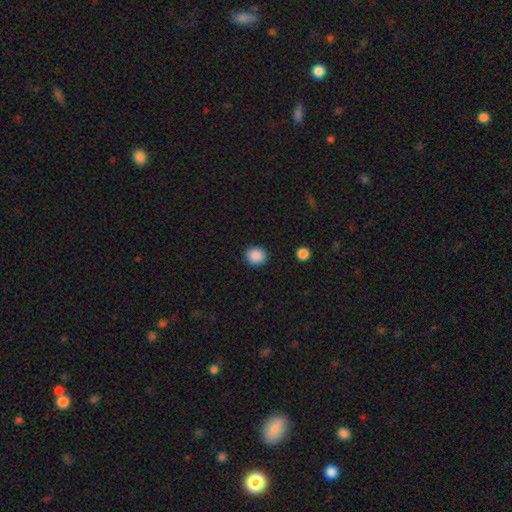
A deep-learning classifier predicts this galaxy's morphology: This is clearly a smooth galaxy (89%). How rounded: clearly round (89%). Merging: clearly none (91%).